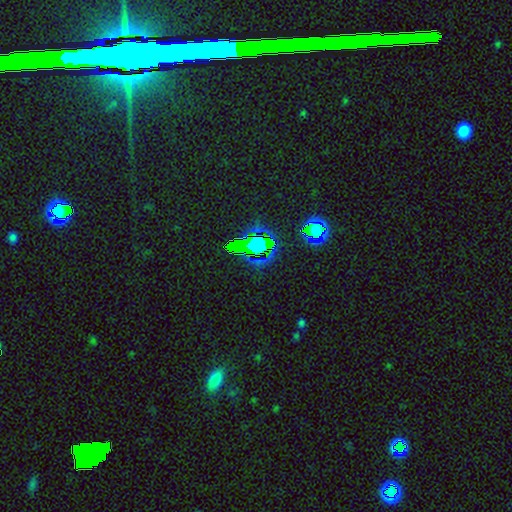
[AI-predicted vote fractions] Overall: star or artifact (71%).